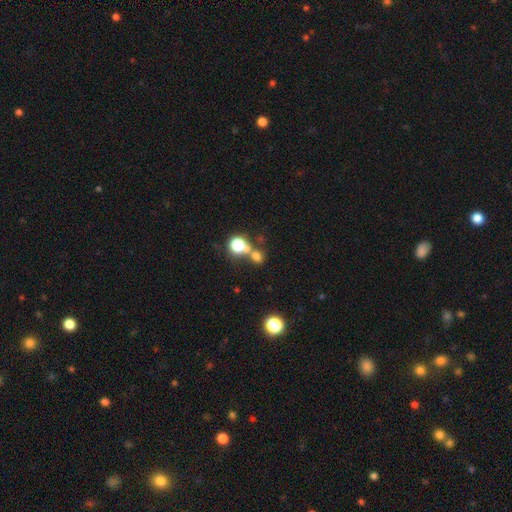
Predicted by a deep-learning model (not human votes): Morphology: type=smooth (51%); roundness=round (82%); merging=none (54%).